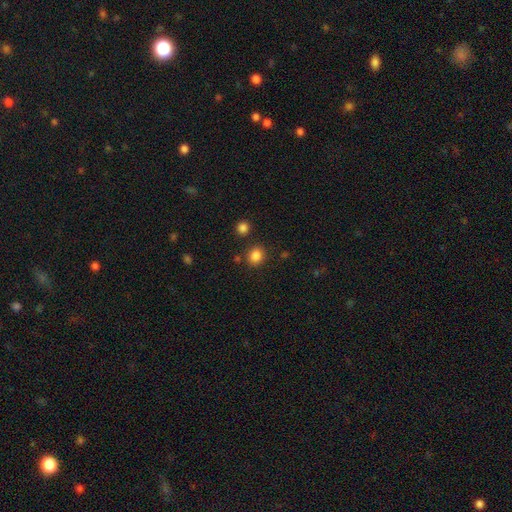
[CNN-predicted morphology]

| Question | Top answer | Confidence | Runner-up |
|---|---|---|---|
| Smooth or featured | smooth | 85% | star or artifact (11%) |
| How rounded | round | 75% | in between (24%) |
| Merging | none | 85% | minor disturbance (8%) |